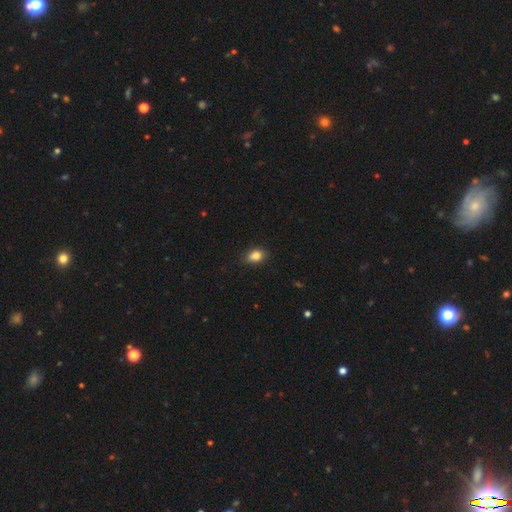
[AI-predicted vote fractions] Smooth or featured? smooth (85%)
How rounded? in between (79%)
Merging? none (81%)